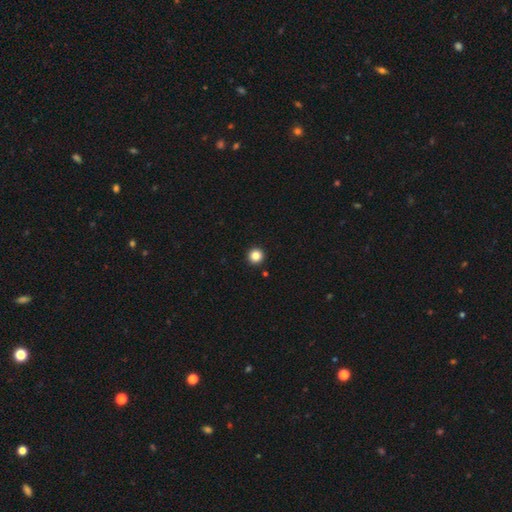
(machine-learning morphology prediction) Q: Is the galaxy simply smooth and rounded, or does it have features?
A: smooth — 84%.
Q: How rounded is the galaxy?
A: round — 97%.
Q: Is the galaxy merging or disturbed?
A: none — 94%.